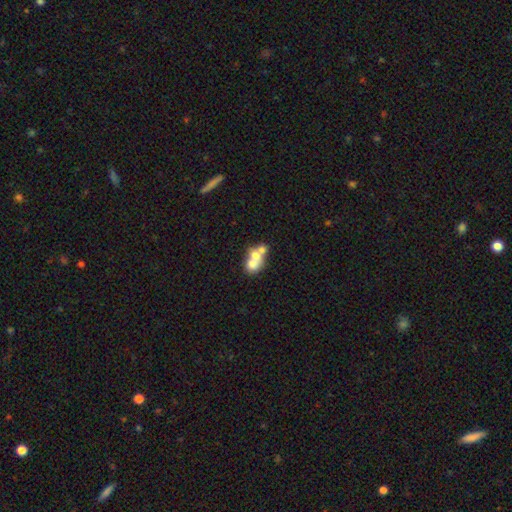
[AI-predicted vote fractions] A smooth galaxy with no disk features (59%) that is in between round and cigar-shaped (50%). Merging: merger (67%).